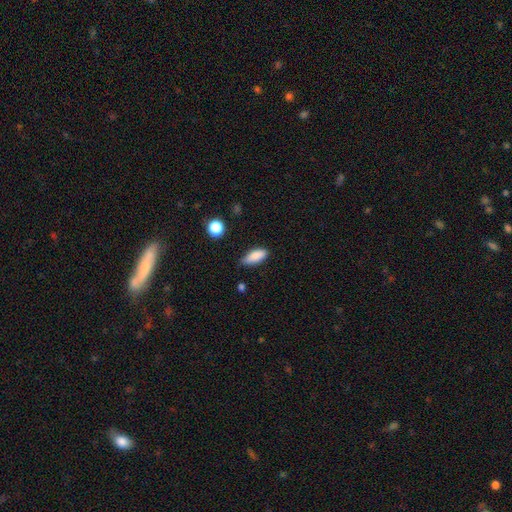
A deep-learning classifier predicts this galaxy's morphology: A smooth galaxy with no disk features (84%) that is in between round and cigar-shaped (79%). Merging: none (68%).